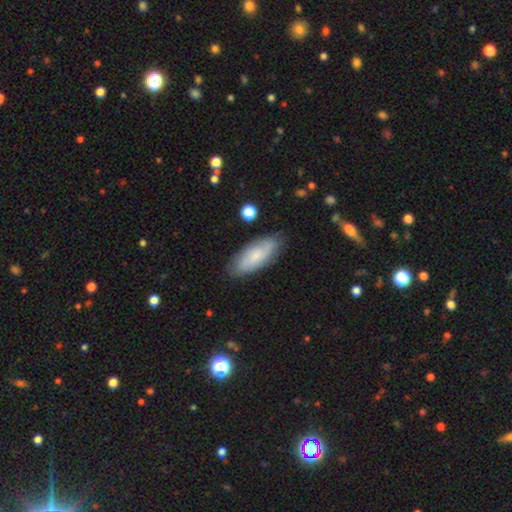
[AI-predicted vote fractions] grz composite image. It shows a smooth galaxy with no disk features (67%) that is in between round and cigar-shaped (77%). Merging: none (82%).